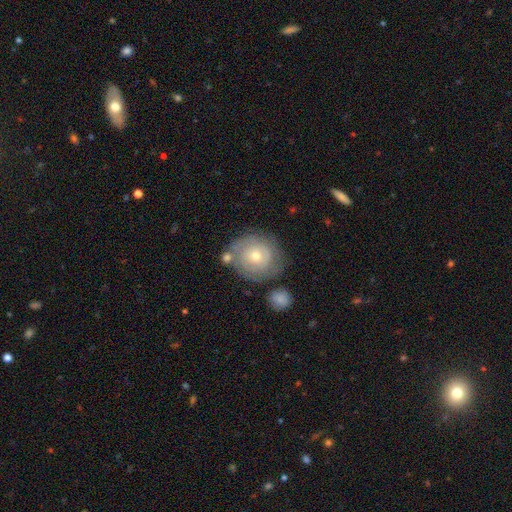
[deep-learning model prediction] Q: Smooth or featured?
A: featured or disk (56%); runner-up: smooth (36%)
Q: Edge-on disk?
A: no (97%); runner-up: yes (3%)
Q: Bar?
A: no (84%); runner-up: weak (13%)
Q: Spiral arms?
A: yes (71%); runner-up: no (29%)
Q: Bulge size?
A: moderate (54%); runner-up: small (41%)
Q: Merging?
A: none (68%); runner-up: minor disturbance (18%)